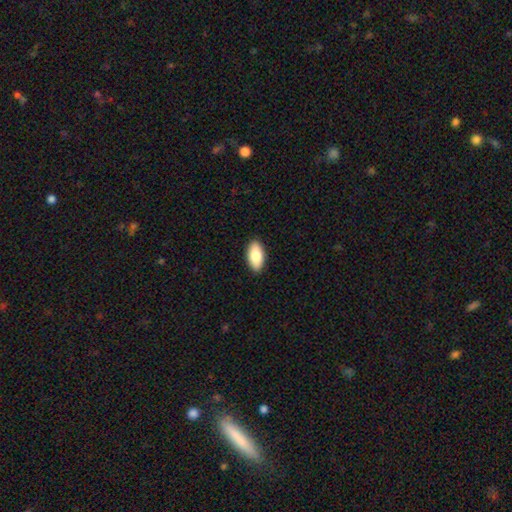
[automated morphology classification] Smooth or featured: smooth — 84% (featured or disk — 10%)
How rounded: in between — 92% (cigar-shaped — 5%)
Merging: none — 90% (minor disturbance — 7%)